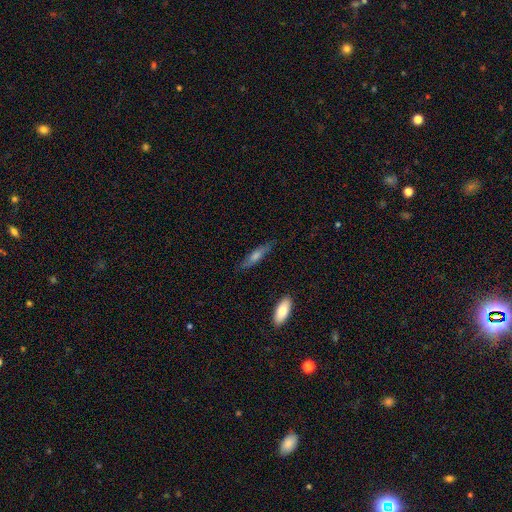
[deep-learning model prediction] This appears to be a smooth galaxy with no disk features (50%). Merging: none (81%).